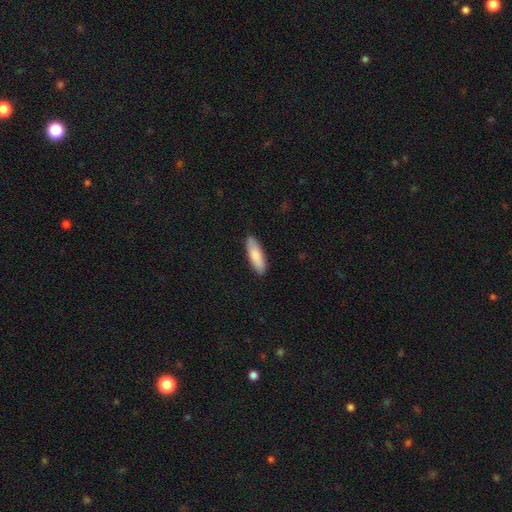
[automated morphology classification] smooth-or-featured: smooth: 85% | featured or disk: 10% | star or artifact: 5%
  how-rounded: in between: 49% (tied) | cigar-shaped: 49% (tied) | round: 2%
  merging: none: 88% | minor disturbance: 10% | major disturbance: 2% | merger: 1%